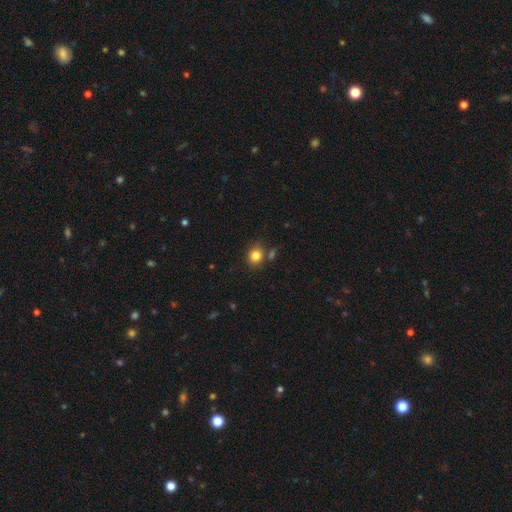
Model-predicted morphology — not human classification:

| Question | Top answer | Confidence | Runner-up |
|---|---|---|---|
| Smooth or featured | smooth | 83% | star or artifact (11%) |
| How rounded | round | 70% | in between (29%) |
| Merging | none | 73% | minor disturbance (12%) |